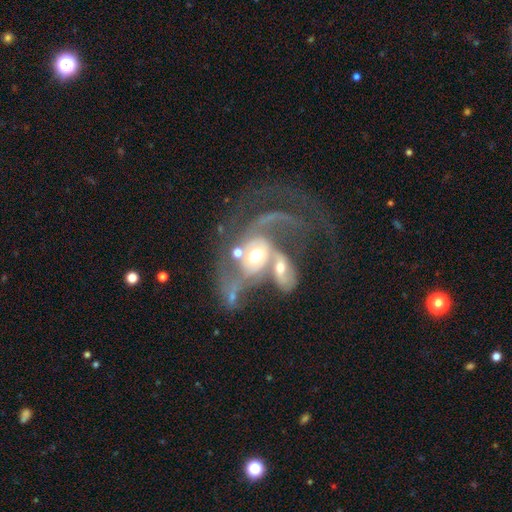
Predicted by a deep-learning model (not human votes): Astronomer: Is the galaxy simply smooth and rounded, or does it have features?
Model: featured or disk — 75%.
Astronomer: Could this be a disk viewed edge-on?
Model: no — 96%.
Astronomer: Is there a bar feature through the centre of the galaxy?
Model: no — 67%.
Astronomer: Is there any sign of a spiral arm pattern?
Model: yes — 79%.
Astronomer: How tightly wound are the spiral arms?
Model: loose — 51% (runner-up: medium, 34%).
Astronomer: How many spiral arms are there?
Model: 2 — 46% (runner-up: can't tell, 22%).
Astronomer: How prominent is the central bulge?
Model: moderate — 61%.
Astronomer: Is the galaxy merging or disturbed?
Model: merger — 67%.